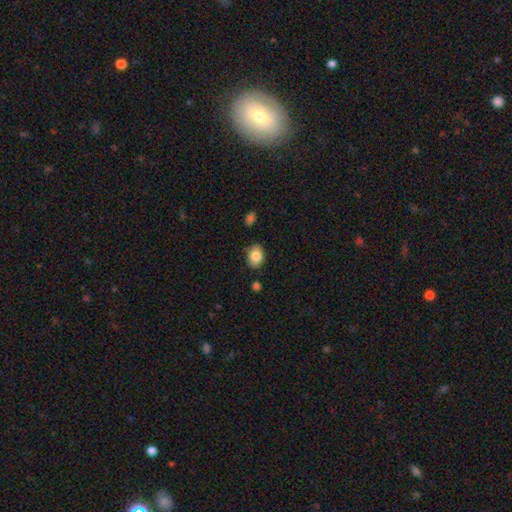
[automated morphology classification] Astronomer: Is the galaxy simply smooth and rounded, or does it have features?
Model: smooth — 85%.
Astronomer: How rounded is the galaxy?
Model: in between — 67%.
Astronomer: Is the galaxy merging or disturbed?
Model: none — 81%.